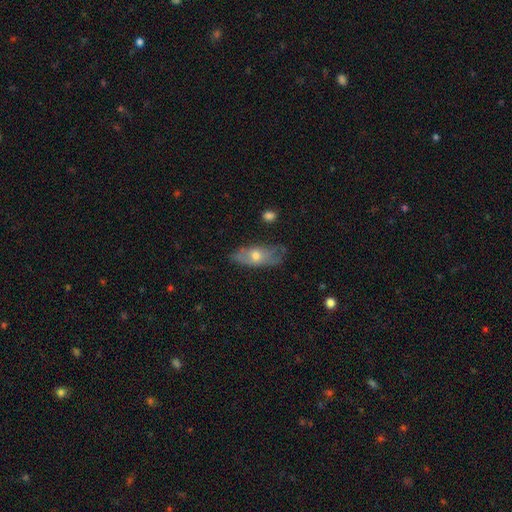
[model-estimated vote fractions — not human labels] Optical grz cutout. It shows a featured or disk galaxy (47%). Merging: none (62%).